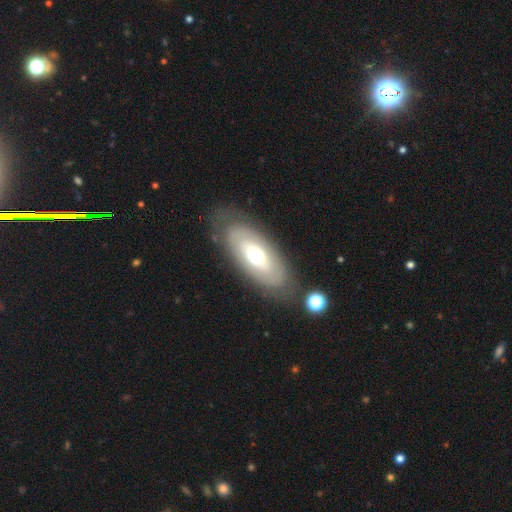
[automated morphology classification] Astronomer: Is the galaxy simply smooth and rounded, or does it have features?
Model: featured or disk — 47% (runner-up: smooth, 46%).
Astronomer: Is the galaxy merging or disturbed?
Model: none — 78%.